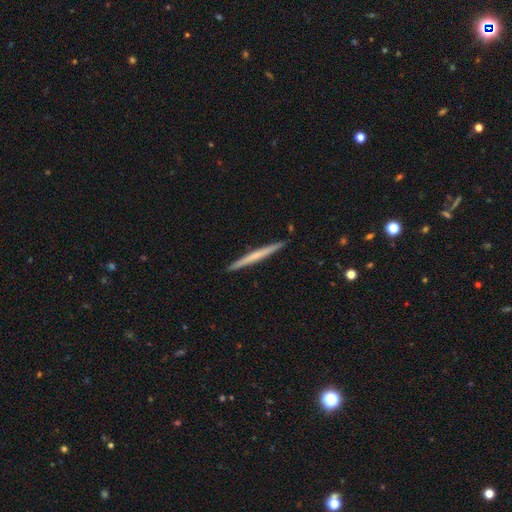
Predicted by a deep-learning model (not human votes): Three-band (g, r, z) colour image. It shows a featured or disk galaxy (51%) viewed edge-on (98%). Merging: none (92%).